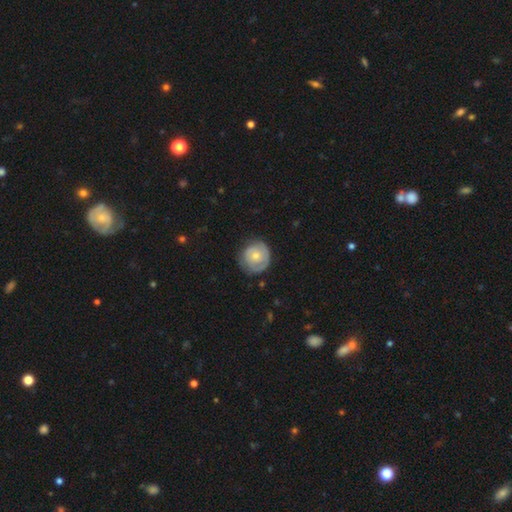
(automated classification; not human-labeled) Overall: smooth (49%; featured or disk 45%). Merging: none (70%).